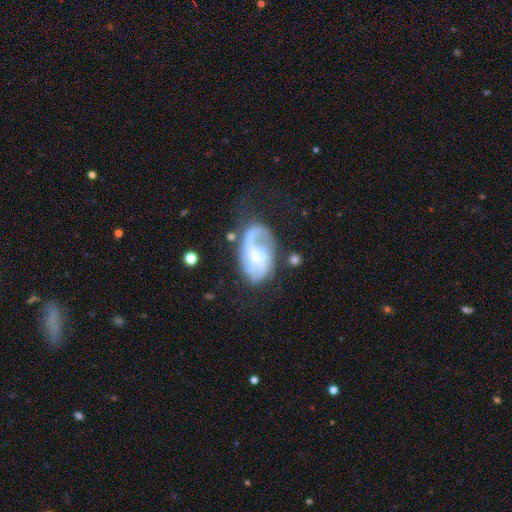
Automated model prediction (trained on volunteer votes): The model was most divided on "spiral winding": medium: 44%, loose: 37%, tight: 19%. More confident: edge-on disk — no (97%); spiral arms — yes (92%); smooth or featured — featured or disk (83%); bulge size — small (57%); bar — no (54%); merging — none (52%); spiral arm count — 2 (51%).